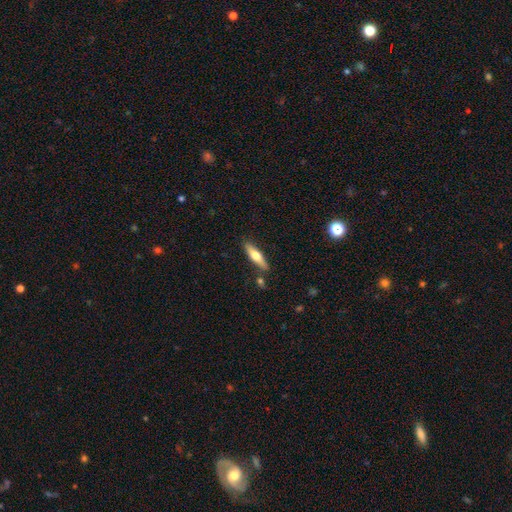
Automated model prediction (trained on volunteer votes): A smooth galaxy with no disk features (53%) that is cigar-shaped (68%).

Vote fractions:
- Smooth or featured? smooth: 53% / featured or disk: 41% / star or artifact: 6%
- How rounded? cigar-shaped: 68% / in between: 30% / round: 2%
- Merging? none: 83% / minor disturbance: 11% / merger: 4% / major disturbance: 2%